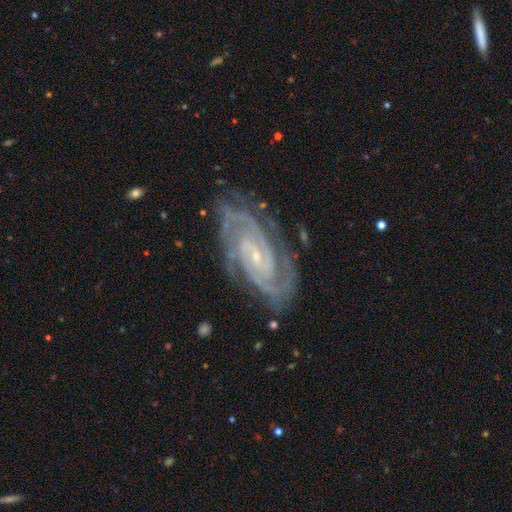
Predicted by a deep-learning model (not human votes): smooth_or_featured: featured or disk (p=0.92) [alt: star or artifact p=0.05]
disk_edge_on: no (p=0.96) [alt: yes p=0.04]
bar: no (p=0.48) [alt: weak p=0.35]
has_spiral_arms: yes (p=0.99) [alt: no p=0.01]
spiral_winding: tight (p=0.72) [alt: medium p=0.25]
spiral_arm_count: 2 (p=0.57) [alt: 3 p=0.17]
bulge_size: small (p=0.84) [alt: moderate p=0.11]
merging: none (p=0.79) [alt: minor disturbance p=0.15]